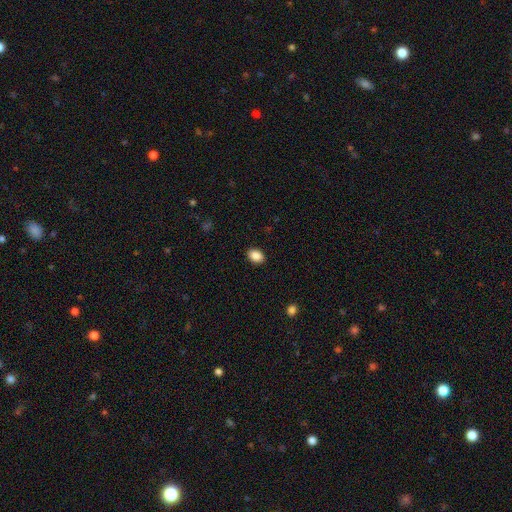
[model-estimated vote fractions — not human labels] A smooth galaxy with no disk features (88%) that is in between round and cigar-shaped (72%).

Vote fractions:
- Smooth or featured? smooth: 88% / star or artifact: 8% / featured or disk: 4%
- How rounded? in between: 72% / round: 27% / cigar-shaped: 1%
- Merging? none: 90% / minor disturbance: 7% / major disturbance: 2% / merger: 1%